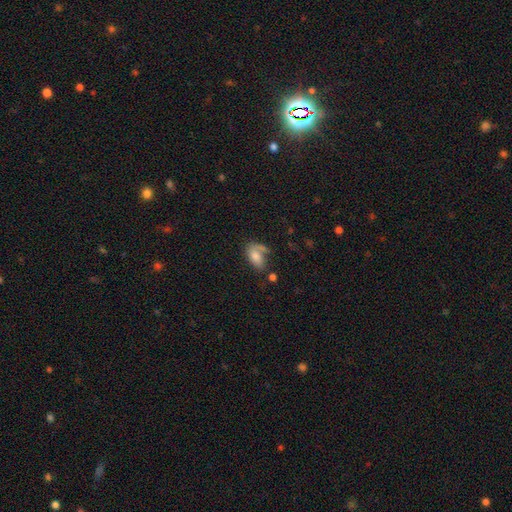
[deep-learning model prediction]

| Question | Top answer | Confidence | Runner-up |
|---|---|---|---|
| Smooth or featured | smooth | 72% | featured or disk (19%) |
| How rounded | in between | 90% | round (6%) |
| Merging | none | 44% | minor disturbance (20%) |